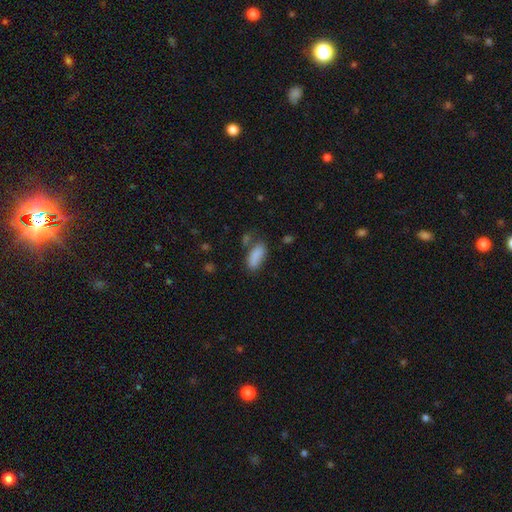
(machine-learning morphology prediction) Overall: smooth (85%). How rounded: in between (81%). Merging: none (59%; minor disturbance 22%).